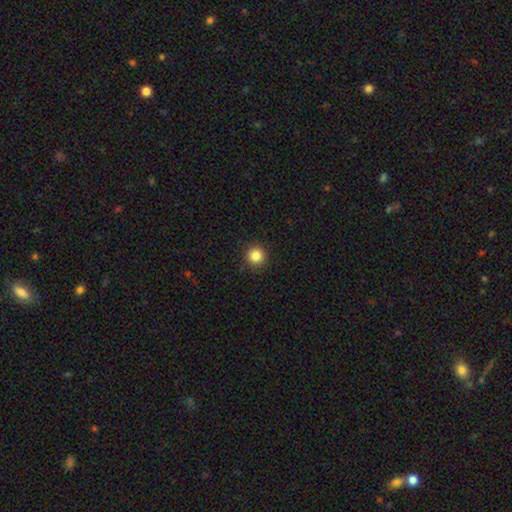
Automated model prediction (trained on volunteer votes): This appears to be a smooth galaxy with no disk features (84%) that is round (95%). Merging: none (91%).